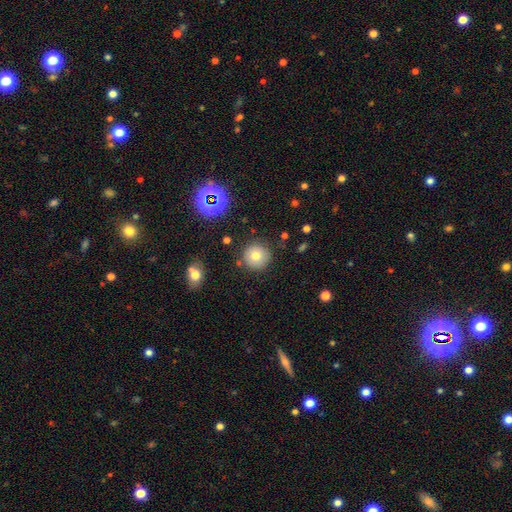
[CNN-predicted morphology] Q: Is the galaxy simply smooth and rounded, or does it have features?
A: smooth — 74%.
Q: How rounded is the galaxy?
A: round — 95%.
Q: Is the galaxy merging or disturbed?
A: none — 86%.